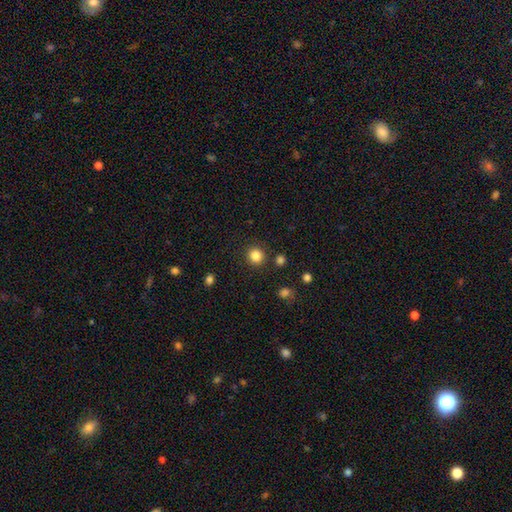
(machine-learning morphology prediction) The model was most divided on "smooth or featured": smooth: 85%, star or artifact: 11%, featured or disk: 4%. More confident: how rounded — round (92%); merging — none (88%).